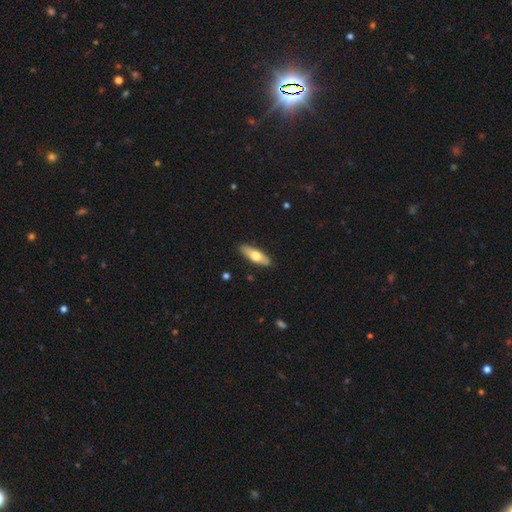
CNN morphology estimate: Smooth or featured?
  - smooth: 58% *
  - featured or disk: 36%
  - star or artifact: 5%
How rounded?
  - in between: 50% *
  - cigar-shaped: 48%
  - round: 2%
Merging?
  - none: 88% *
  - minor disturbance: 9%
  - major disturbance: 2%
  - merger: 1%